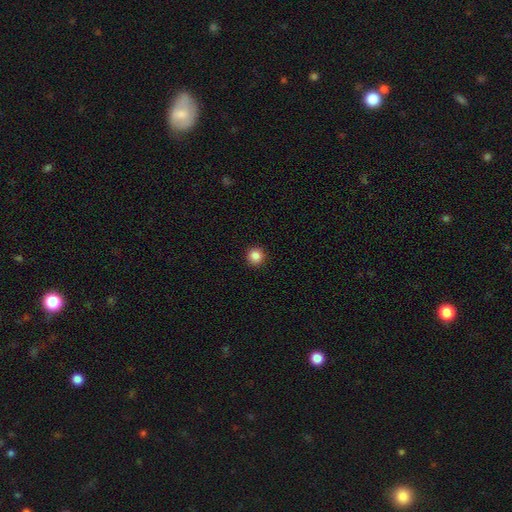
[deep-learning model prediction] The model was most divided on "smooth or featured": smooth: 86%, star or artifact: 10%, featured or disk: 4%. More confident: how rounded — round (94%); merging — none (93%).